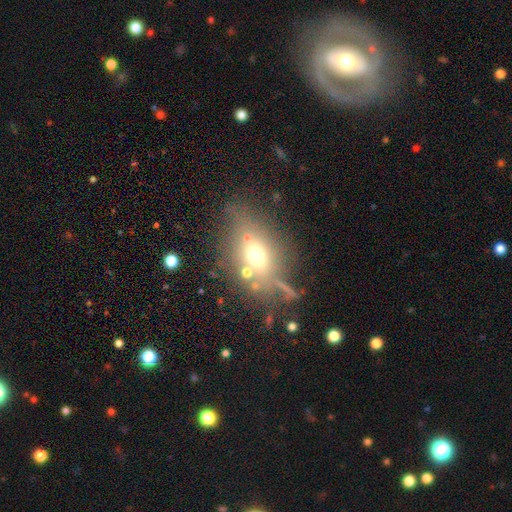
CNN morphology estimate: Smooth or featured?
  - smooth: 52% *
  - featured or disk: 31%
  - star or artifact: 17%
How rounded?
  - in between: 60% *
  - round: 35%
  - cigar-shaped: 5%
Merging?
  - none: 59% *
  - minor disturbance: 18%
  - major disturbance: 13%
  - merger: 10%